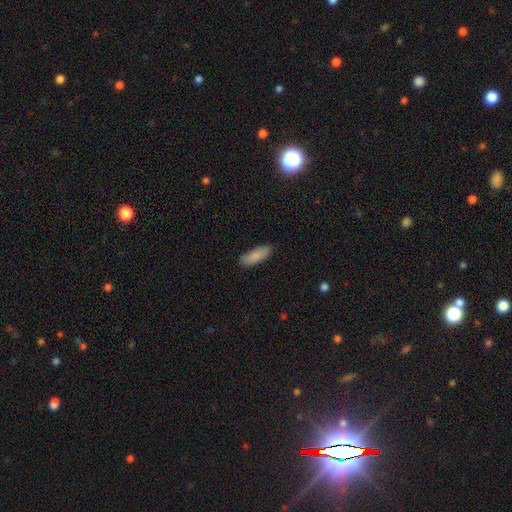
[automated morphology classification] type=smooth (87%); roundness=in between (62%); merging=none (86%).